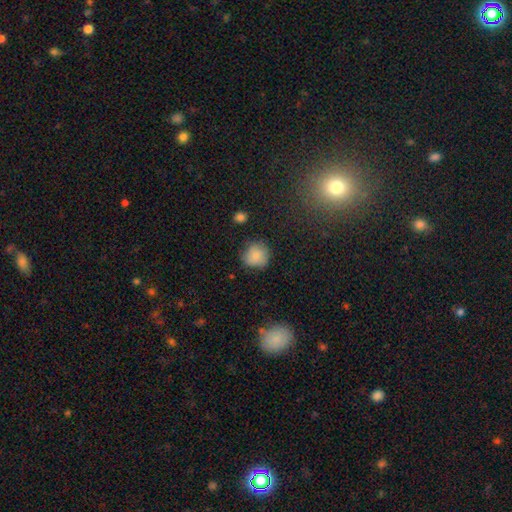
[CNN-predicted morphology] The model was most divided on "merging": none: 72%, minor disturbance: 21%, major disturbance: 5%, merger: 2%. More confident: how rounded — round (88%); smooth or featured — smooth (82%).